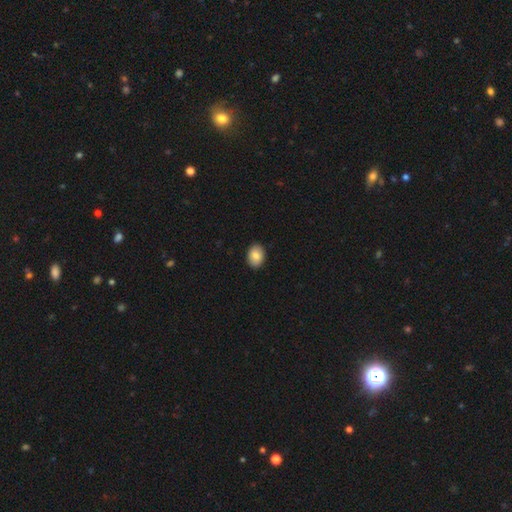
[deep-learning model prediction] smooth_or_featured: smooth (p=0.85) [alt: featured or disk p=0.08]
how_rounded: in between (p=0.76) [alt: round p=0.23]
merging: none (p=0.90) [alt: minor disturbance p=0.07]